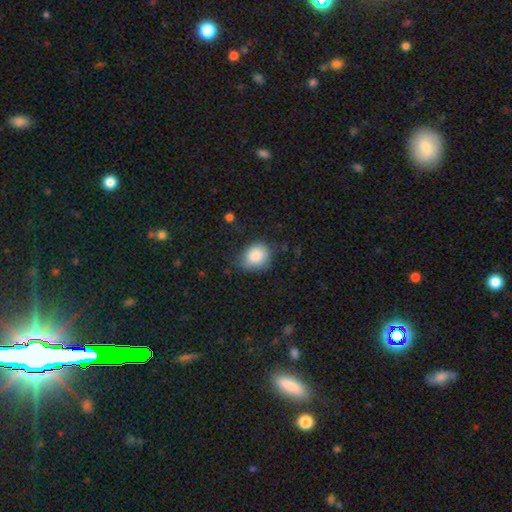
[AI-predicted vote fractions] Q: Smooth or featured?
A: smooth (86%); runner-up: star or artifact (8%)
Q: How rounded?
A: round (61%); runner-up: in between (38%)
Q: Merging?
A: none (64%); runner-up: minor disturbance (26%)